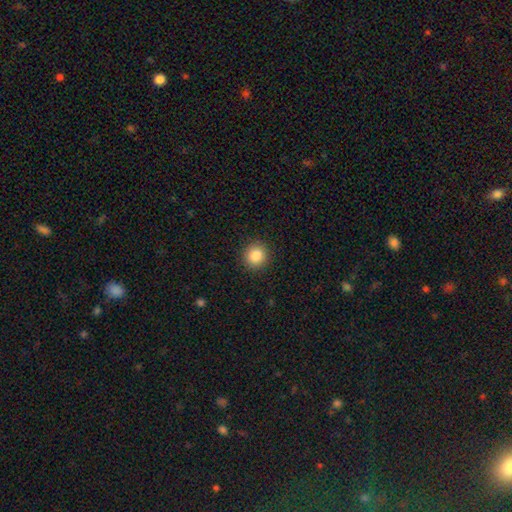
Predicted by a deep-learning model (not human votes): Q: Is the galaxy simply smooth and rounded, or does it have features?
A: smooth — 85%.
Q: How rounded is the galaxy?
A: round — 91%.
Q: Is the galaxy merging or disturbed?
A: none — 91%.